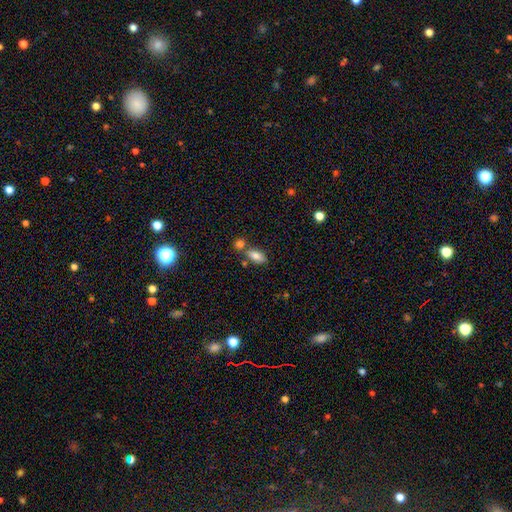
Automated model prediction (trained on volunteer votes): This appears to be a smooth galaxy with no disk features (80%) that is in between round and cigar-shaped (88%). Merging: none (59%).